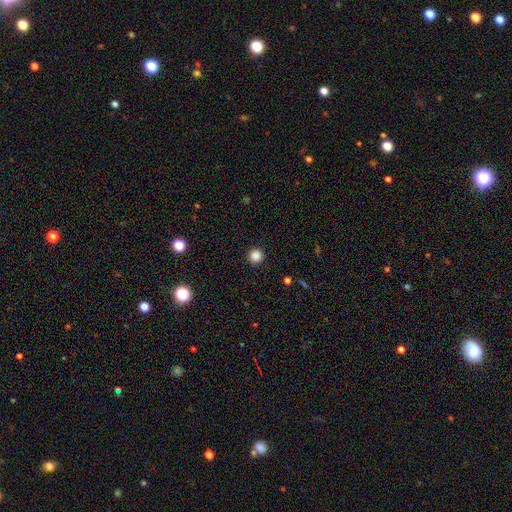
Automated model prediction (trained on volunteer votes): The model was most divided on "smooth or featured": smooth: 86%, star or artifact: 12%, featured or disk: 3%. More confident: how rounded — round (96%); merging — none (92%).